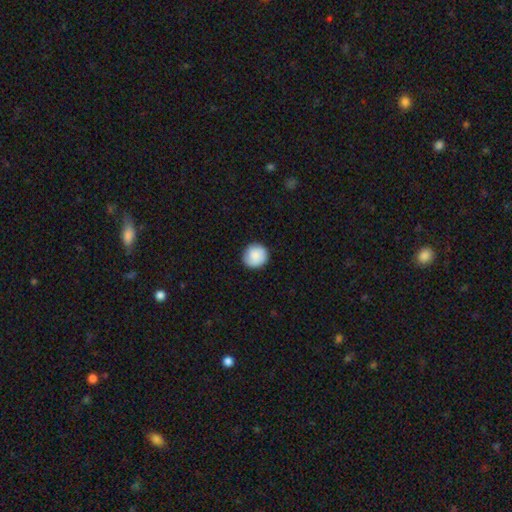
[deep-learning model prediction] Q: Smooth or featured?
A: smooth (84%); runner-up: featured or disk (9%)
Q: How rounded?
A: round (92%); runner-up: in between (7%)
Q: Merging?
A: none (87%); runner-up: minor disturbance (9%)